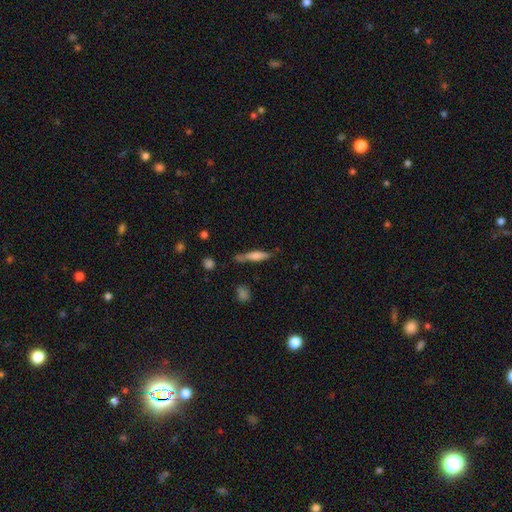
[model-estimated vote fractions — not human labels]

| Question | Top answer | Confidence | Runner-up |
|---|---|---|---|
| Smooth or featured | smooth | 60% | featured or disk (33%) |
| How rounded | cigar-shaped | 83% | in between (15%) |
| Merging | none | 69% | minor disturbance (19%) |